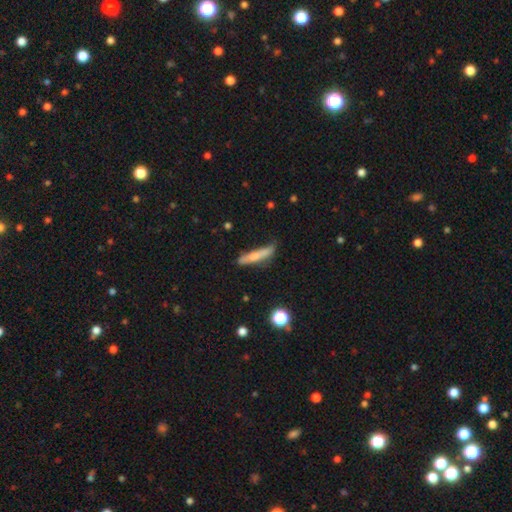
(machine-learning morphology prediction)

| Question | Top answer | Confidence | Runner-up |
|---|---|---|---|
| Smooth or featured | smooth | 64% | featured or disk (29%) |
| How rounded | cigar-shaped | 88% | in between (10%) |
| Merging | none | 68% | minor disturbance (23%) |